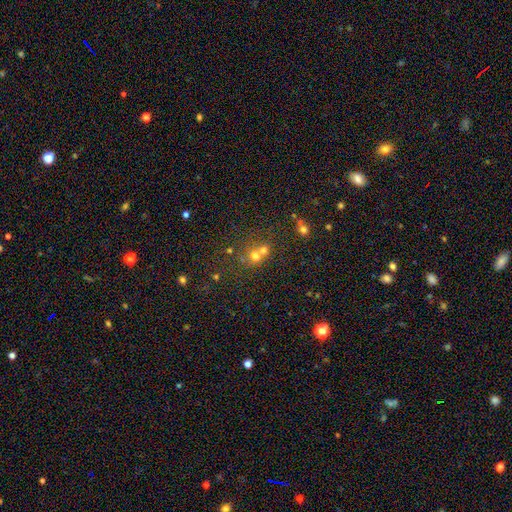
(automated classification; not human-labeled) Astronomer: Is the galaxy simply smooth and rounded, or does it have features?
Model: smooth — 63%.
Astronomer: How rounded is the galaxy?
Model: round — 80%.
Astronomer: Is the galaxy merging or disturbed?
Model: merger — 51% (runner-up: none, 39%).